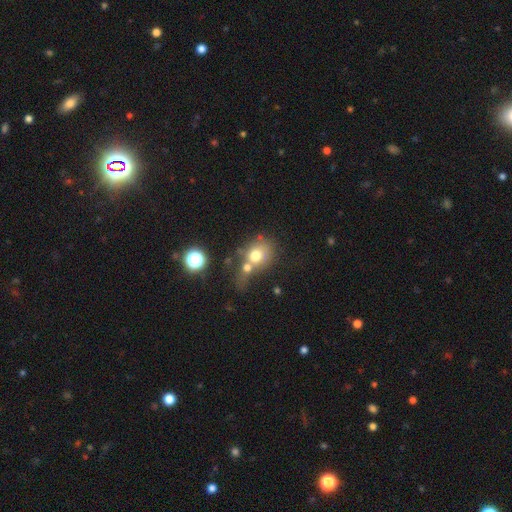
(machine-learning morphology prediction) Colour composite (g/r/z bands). It shows a smooth galaxy with no disk features (69%) that is round (66%). Merging: merger (52%).